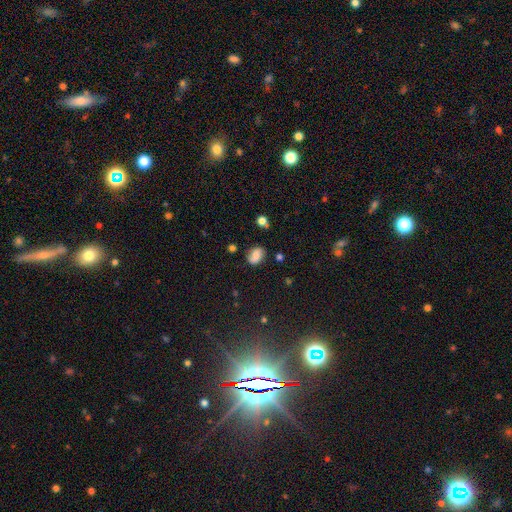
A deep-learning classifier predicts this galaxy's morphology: A smooth galaxy with no disk features (72%) that is in between round and cigar-shaped (74%).

Vote fractions:
- Smooth or featured? smooth: 72% / featured or disk: 16% / star or artifact: 12%
- How rounded? in between: 74% / round: 25% / cigar-shaped: 1%
- Merging? none: 67% / minor disturbance: 23% / major disturbance: 6% / merger: 4%